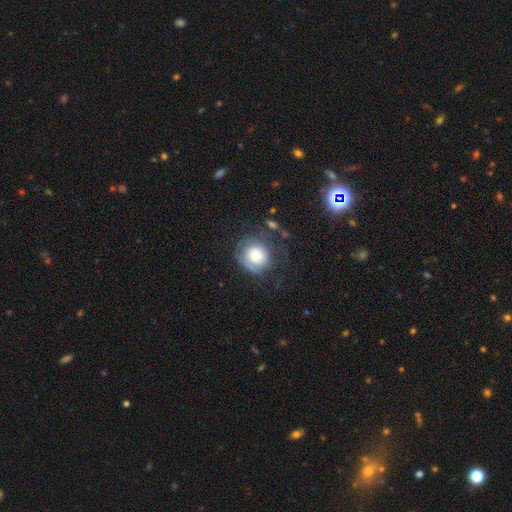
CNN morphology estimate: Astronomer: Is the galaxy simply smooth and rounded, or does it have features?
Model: smooth — 63%.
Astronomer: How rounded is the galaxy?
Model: round — 84%.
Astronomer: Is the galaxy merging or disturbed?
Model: none — 51%.